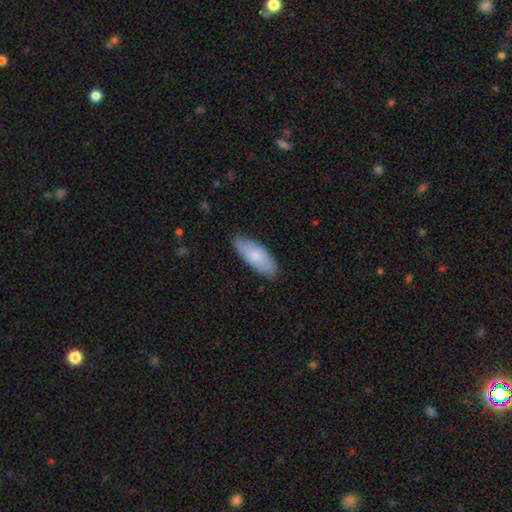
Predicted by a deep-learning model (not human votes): Smooth or featured: smooth — 75% (featured or disk — 20%)
How rounded: in between — 78% (cigar-shaped — 20%)
Merging: none — 82% (minor disturbance — 15%)